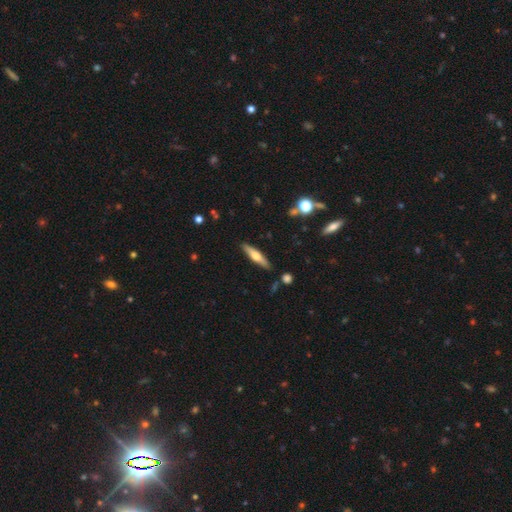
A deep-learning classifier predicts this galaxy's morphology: A featured or disk galaxy (52%) viewed edge-on (93%).

Vote fractions:
- Smooth or featured? featured or disk: 52% / smooth: 43% / star or artifact: 6%
- Edge-on disk? yes: 93% / no: 7%
- Merging? none: 88% / minor disturbance: 8% / merger: 2% / major disturbance: 2%